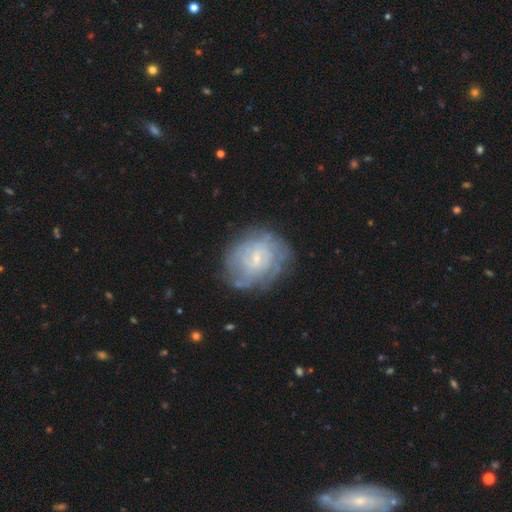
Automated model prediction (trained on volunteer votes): Smooth or featured: featured or disk — 54% (smooth — 34%)
Edge-on disk: no — 96% (yes — 4%)
Bar: no — 61% (weak — 33%)
Spiral arms: yes — 68% (no — 32%)
Bulge size: small — 67% (moderate — 23%)
Merging: none — 74% (minor disturbance — 17%)